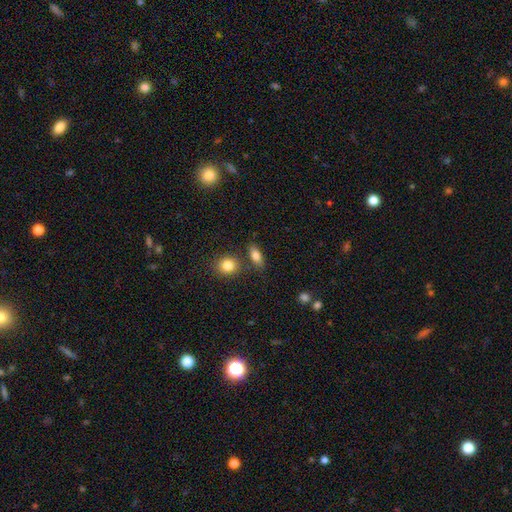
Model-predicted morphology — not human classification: The model was most divided on "merging": none: 74%, minor disturbance: 13%, merger: 9%, major disturbance: 4%. More confident: smooth or featured — smooth (80%); how rounded — in between (78%).